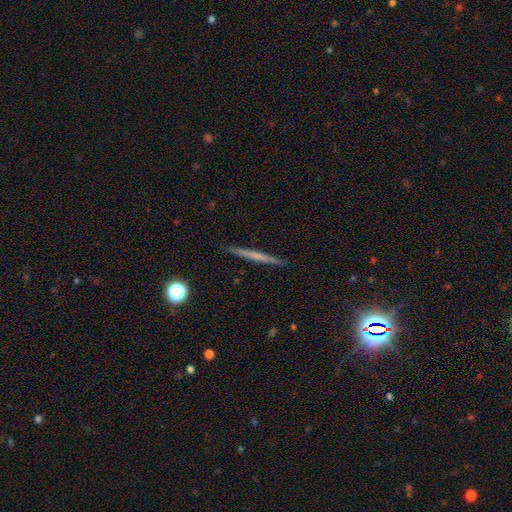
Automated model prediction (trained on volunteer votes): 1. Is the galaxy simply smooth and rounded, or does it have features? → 50% featured or disk, 42% smooth, 8% star or artifact.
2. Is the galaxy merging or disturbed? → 91% none, 6% minor disturbance, 1% major disturbance, 1% merger.